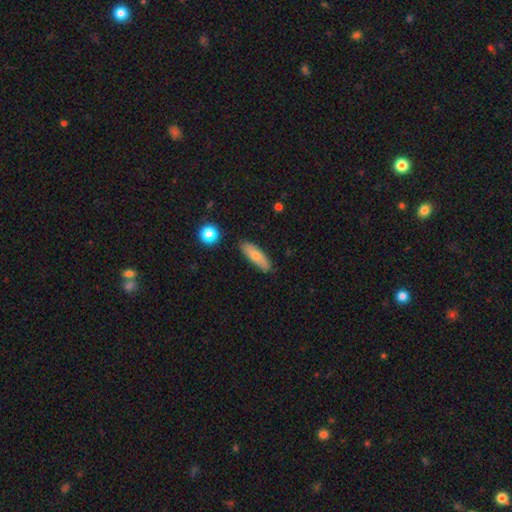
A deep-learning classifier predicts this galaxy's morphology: Smooth or featured: smooth — 73% (featured or disk — 21%)
How rounded: cigar-shaped — 52% (in between — 45%)
Merging: none — 84% (minor disturbance — 12%)